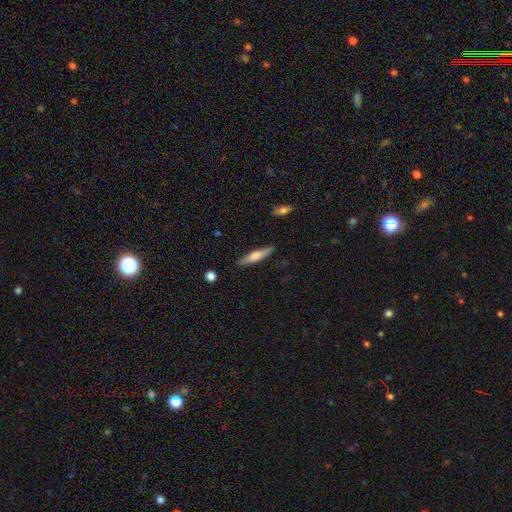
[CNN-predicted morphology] smooth 61%, featured or disk 33%, star or artifact 6%. Down the decision tree: how rounded — cigar-shaped (84%); merging — none (88%).